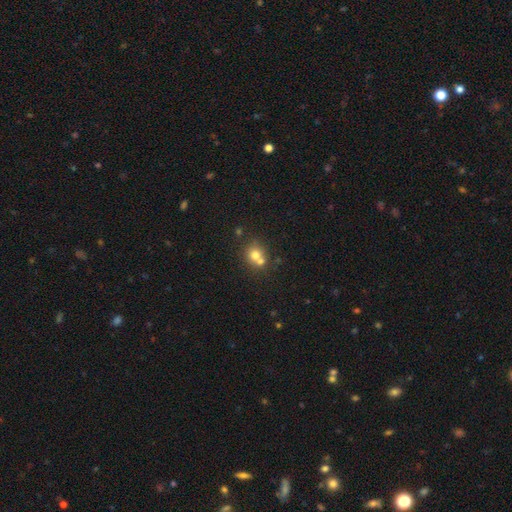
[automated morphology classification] Smooth or featured? smooth (72%)
How rounded? round (82%)
Merging? none (47%)